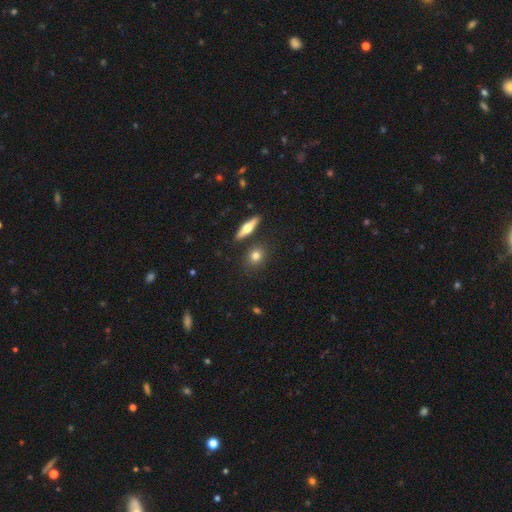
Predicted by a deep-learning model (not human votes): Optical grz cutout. It shows a smooth galaxy with no disk features (73%) that is round (57%). Merging: none (81%).